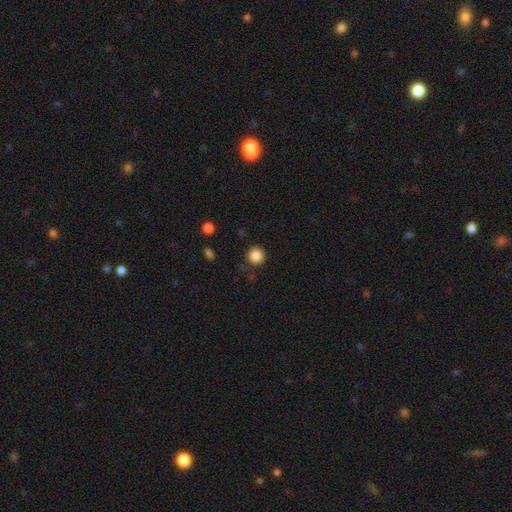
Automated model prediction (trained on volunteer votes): A smooth galaxy with no disk features (86%) that is round (95%).

Vote fractions:
- Smooth or featured? smooth: 86% / star or artifact: 10% / featured or disk: 3%
- How rounded? round: 95% / in between: 4% / cigar-shaped: 1%
- Merging? none: 90% / minor disturbance: 6% / major disturbance: 2% / merger: 2%